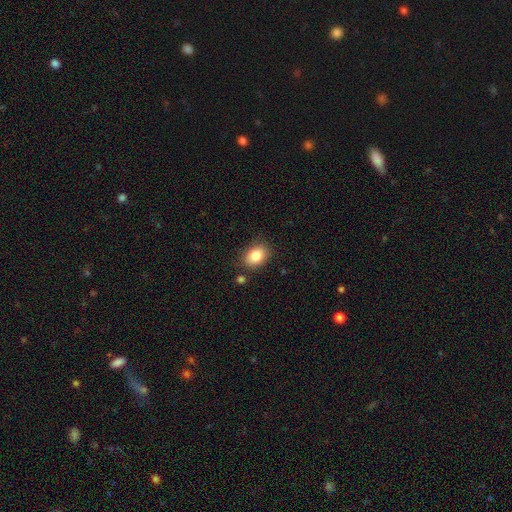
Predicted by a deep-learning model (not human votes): smooth-or-featured: smooth: 84% | star or artifact: 9% | featured or disk: 7%
  how-rounded: in between: 71% | round: 28% | cigar-shaped: 1%
  merging: none: 80% | minor disturbance: 13% | merger: 4% | major disturbance: 3%